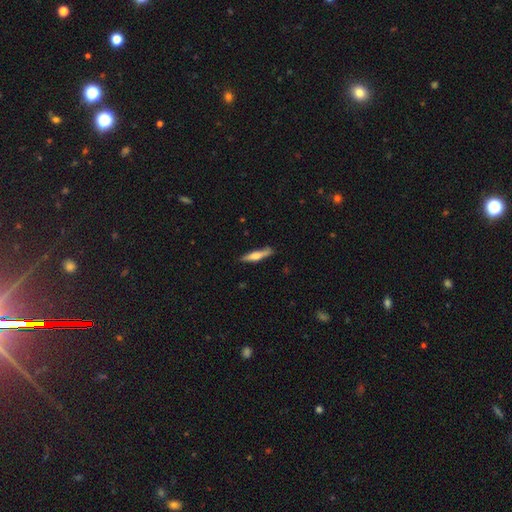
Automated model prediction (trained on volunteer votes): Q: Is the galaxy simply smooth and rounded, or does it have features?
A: smooth — 50%.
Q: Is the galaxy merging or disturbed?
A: none — 79%.